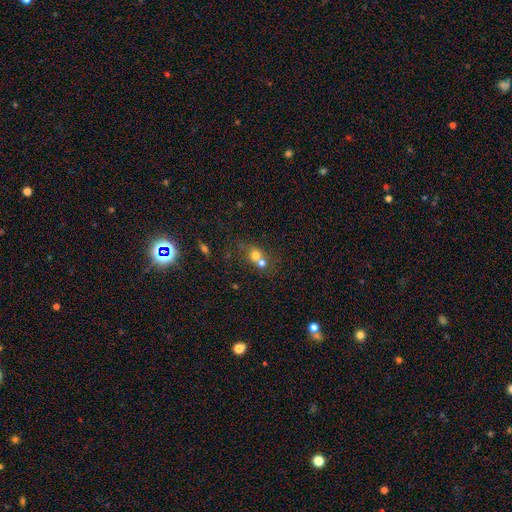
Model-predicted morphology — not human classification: Smooth or featured? smooth (68%)
How rounded? round (73%)
Merging? merger (58%)